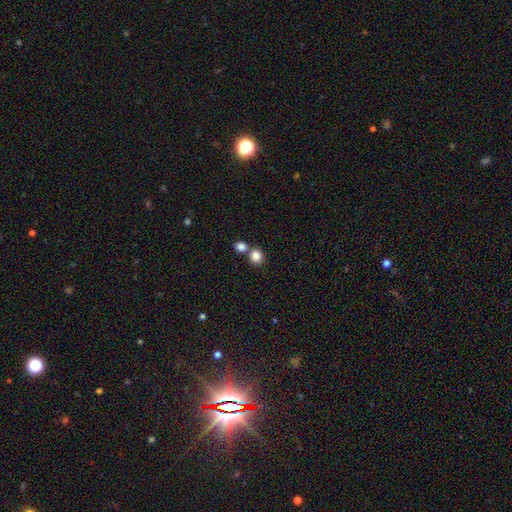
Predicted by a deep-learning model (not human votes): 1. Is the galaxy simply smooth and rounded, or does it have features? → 85% smooth, 10% star or artifact, 5% featured or disk.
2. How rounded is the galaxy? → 80% round, 19% in between, 1% cigar-shaped.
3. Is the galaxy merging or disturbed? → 55% none, 35% merger, 7% minor disturbance, 3% major disturbance.